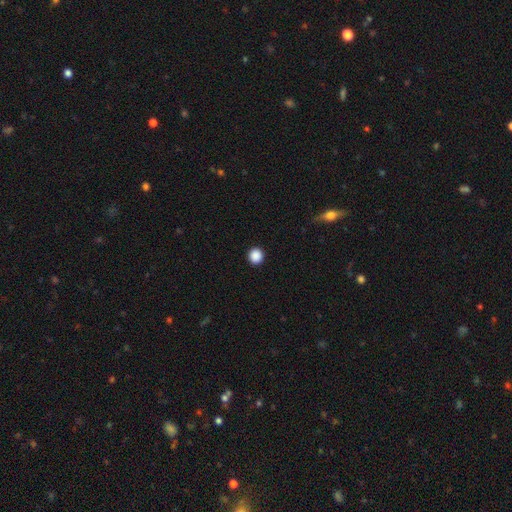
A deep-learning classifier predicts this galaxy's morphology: smooth_or_featured: smooth (p=0.89) [alt: star or artifact p=0.09]
how_rounded: round (p=0.94) [alt: in between p=0.05]
merging: none (p=0.94) [alt: minor disturbance p=0.04]